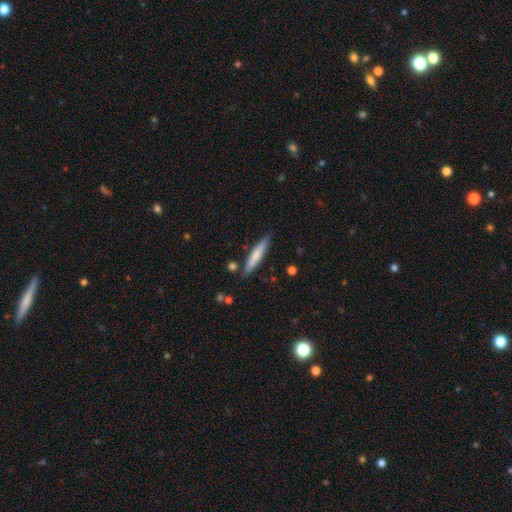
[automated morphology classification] type=smooth (66%); roundness=cigar-shaped (90%); merging=none (83%).